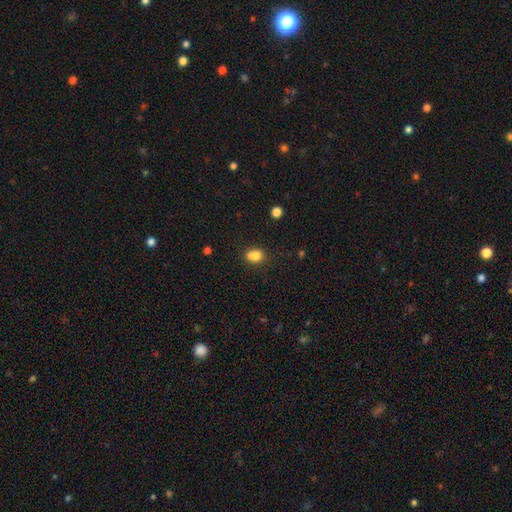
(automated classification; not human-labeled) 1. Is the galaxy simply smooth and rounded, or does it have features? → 76% smooth, 12% featured or disk, 12% star or artifact.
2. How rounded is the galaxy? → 59% round, 40% in between, 1% cigar-shaped.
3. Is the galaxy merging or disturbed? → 43% merger, 40% none, 13% minor disturbance, 4% major disturbance.